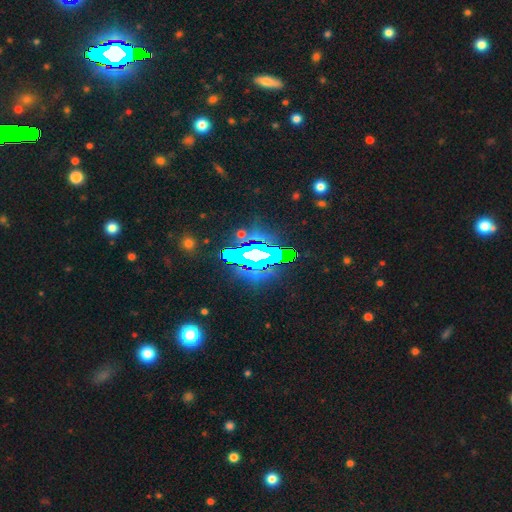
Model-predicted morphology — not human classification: smooth_or_featured: star or artifact (p=0.68) [alt: featured or disk p=0.17]